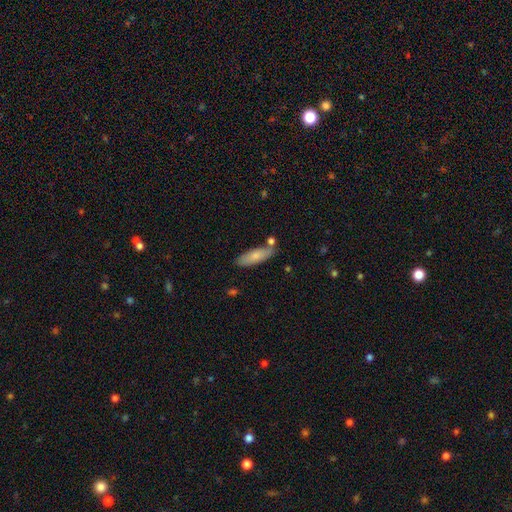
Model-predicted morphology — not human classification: type=smooth (75%); roundness=in between (57%); merging=none (71%).